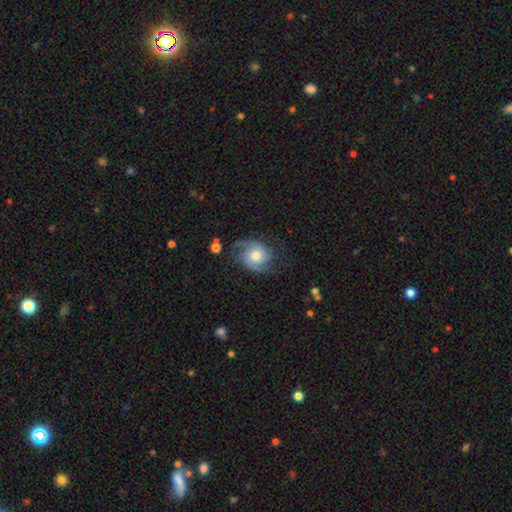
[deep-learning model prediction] Q: Smooth or featured?
A: featured or disk (79%); runner-up: smooth (15%)
Q: Edge-on disk?
A: no (98%); runner-up: yes (2%)
Q: Bar?
A: no (77%); runner-up: weak (20%)
Q: Spiral arms?
A: yes (95%); runner-up: no (5%)
Q: Spiral winding?
A: medium (44%); runner-up: tight (34%)
Q: Spiral arm count?
A: 2 (67%); runner-up: 3 (13%)
Q: Bulge size?
A: moderate (69%); runner-up: small (16%)
Q: Merging?
A: none (64%); runner-up: minor disturbance (21%)